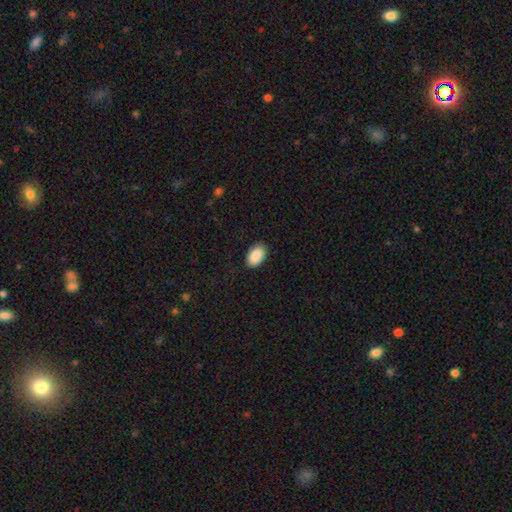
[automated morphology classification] smooth-or-featured: smooth: 90% | star or artifact: 6% | featured or disk: 3%
  how-rounded: in between: 93% | round: 6% | cigar-shaped: 1%
  merging: none: 88% | minor disturbance: 9% | major disturbance: 2% | merger: 1%